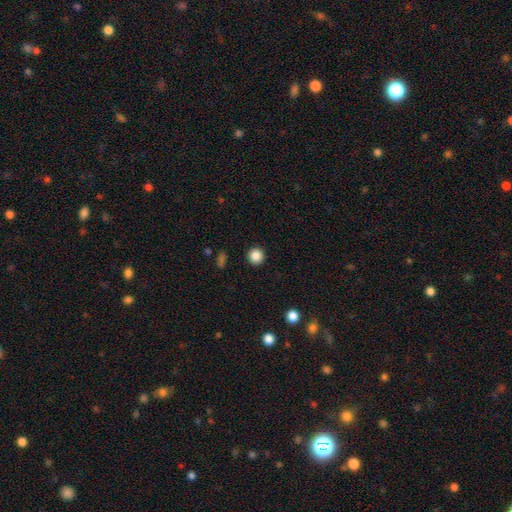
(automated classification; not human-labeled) A smooth galaxy with no disk features (86%) that is round (95%).

Vote fractions:
- Smooth or featured? smooth: 86% / star or artifact: 10% / featured or disk: 4%
- How rounded? round: 95% / in between: 4% / cigar-shaped: 1%
- Merging? none: 93% / minor disturbance: 5% / major disturbance: 2% / merger: 1%